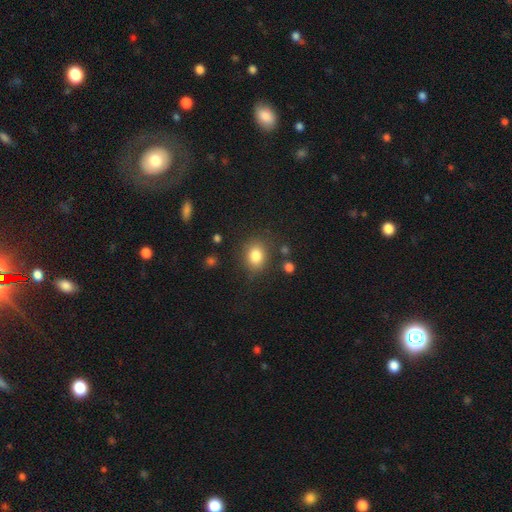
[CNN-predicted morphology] This is clearly a smooth galaxy (83%). How rounded: possibly in between (51%). Merging: likely none (79%).